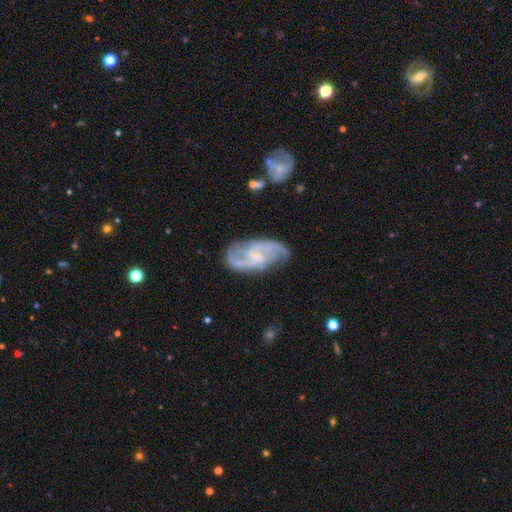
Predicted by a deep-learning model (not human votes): This appears to be a featured or disk galaxy (87%) with a weak bar (51%), 2 (68%) medium (51%) spiral arms (97%) and a small central bulge (39%). Merging: none (70%).